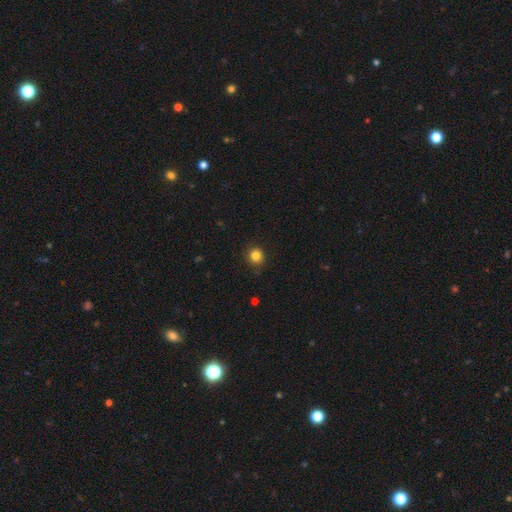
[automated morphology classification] smooth 83%, star or artifact 12%, featured or disk 5%. Down the decision tree: how rounded — round (90%); merging — none (87%).